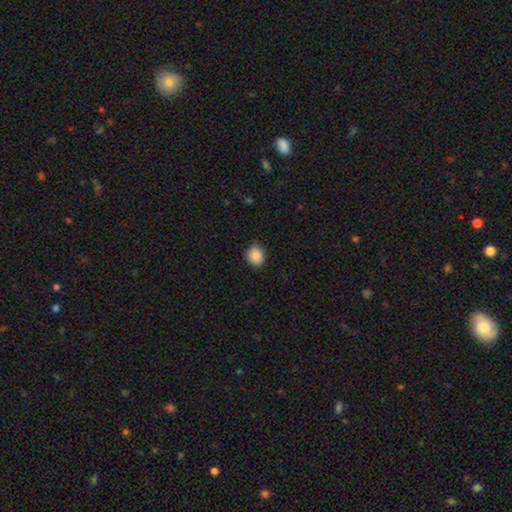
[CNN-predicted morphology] smooth 88%, star or artifact 8%, featured or disk 4%. Down the decision tree: how rounded — round (71%); merging — none (86%).